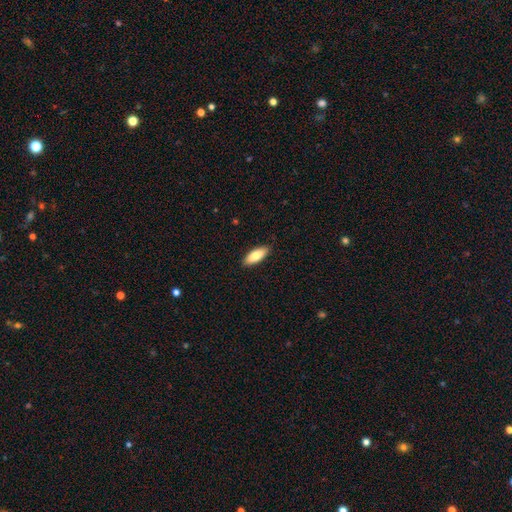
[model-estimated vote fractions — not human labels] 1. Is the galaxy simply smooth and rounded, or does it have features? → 81% smooth, 14% featured or disk, 6% star or artifact.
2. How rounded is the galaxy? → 74% in between, 24% cigar-shaped, 2% round.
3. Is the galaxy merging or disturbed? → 89% none, 9% minor disturbance, 2% major disturbance, 1% merger.